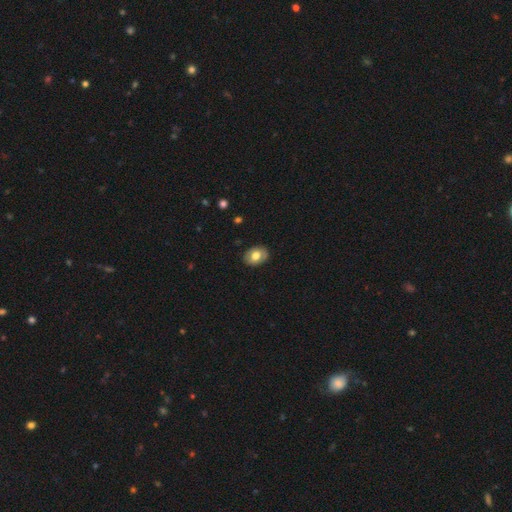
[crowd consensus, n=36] This appears to be a smooth galaxy with no disk features (69%) that is in between round and cigar-shaped (80%). Merging: none (91%).